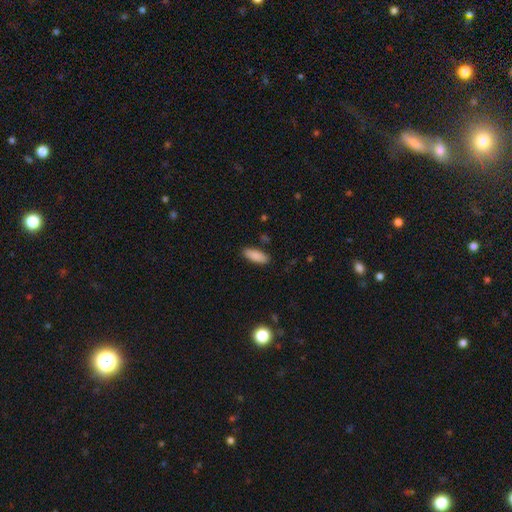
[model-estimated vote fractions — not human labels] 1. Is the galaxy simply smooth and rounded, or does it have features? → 88% smooth, 7% star or artifact, 6% featured or disk.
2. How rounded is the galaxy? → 72% in between, 26% cigar-shaped, 2% round.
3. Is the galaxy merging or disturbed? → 87% none, 10% minor disturbance, 2% major disturbance, 2% merger.